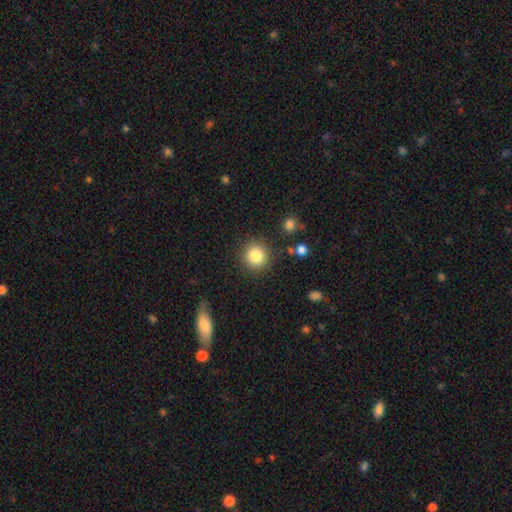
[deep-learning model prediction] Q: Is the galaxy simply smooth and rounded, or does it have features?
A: smooth — 84%.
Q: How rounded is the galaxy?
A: round — 93%.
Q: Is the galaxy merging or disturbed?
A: none — 87%.